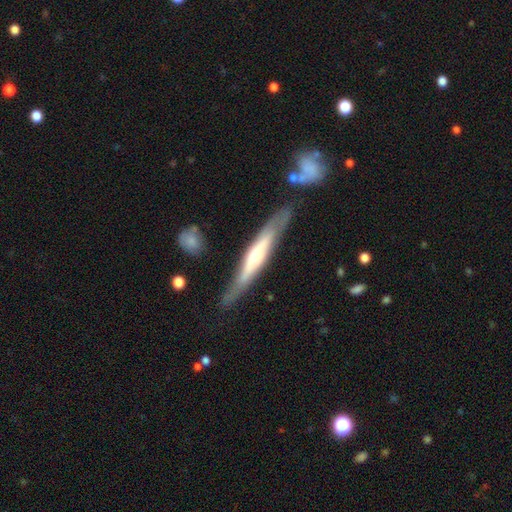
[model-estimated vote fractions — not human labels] A featured or disk galaxy (59%) viewed edge-on (87%) with a rounded central bulge (56%).

Vote fractions:
- Smooth or featured? featured or disk: 59% / smooth: 36% / star or artifact: 5%
- Edge-on disk? yes: 87% / no: 13%
- Edge-on bulge? rounded: 56% / none: 27% / boxy: 18%
- Merging? none: 79% / minor disturbance: 14% / major disturbance: 4% / merger: 3%